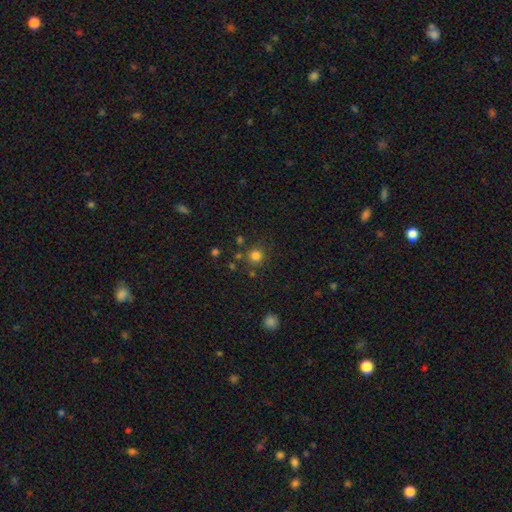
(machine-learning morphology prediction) smooth 80%, star or artifact 15%, featured or disk 5%. Down the decision tree: how rounded — round (93%); merging — none (79%).